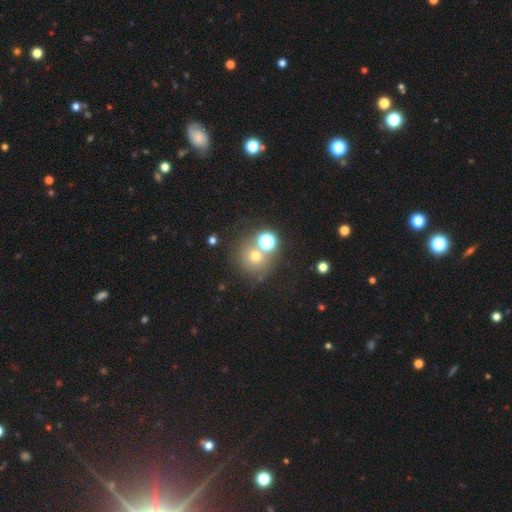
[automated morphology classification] Overall: smooth (62%; star or artifact 24%). How rounded: round (88%). Merging: none (60%; merger 25%).